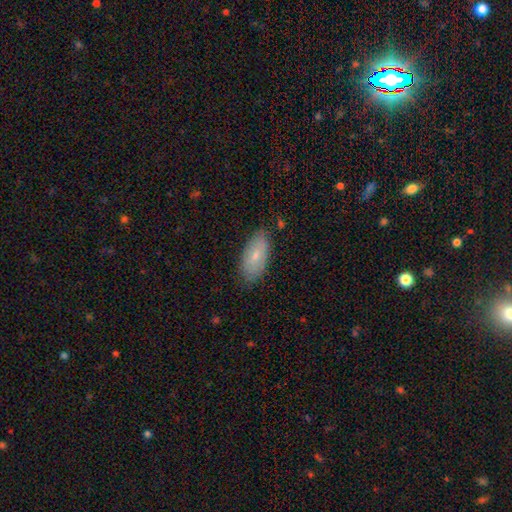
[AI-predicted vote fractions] Smooth or featured? smooth (70%)
How rounded? in between (90%)
Merging? none (79%)